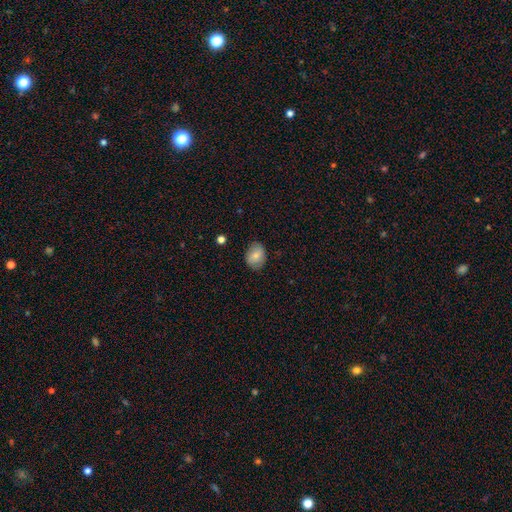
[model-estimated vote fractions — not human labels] Smooth or featured? Predicted: smooth (p=0.79). How rounded? Predicted: in between (p=0.65). Merging? Predicted: none (p=0.81).